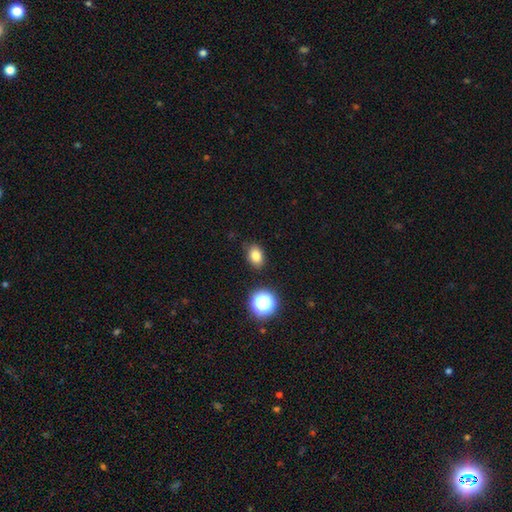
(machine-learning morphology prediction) Smooth or featured?
  - smooth: 81% *
  - star or artifact: 13%
  - featured or disk: 6%
How rounded?
  - in between: 71% *
  - round: 28%
  - cigar-shaped: 1%
Merging?
  - none: 84% *
  - minor disturbance: 11%
  - major disturbance: 3%
  - merger: 2%